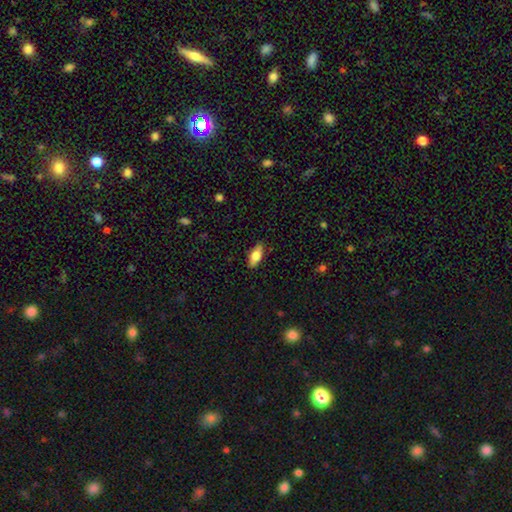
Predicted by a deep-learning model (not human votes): Overall: smooth (76%). How rounded: in between (83%). Merging: none (86%).